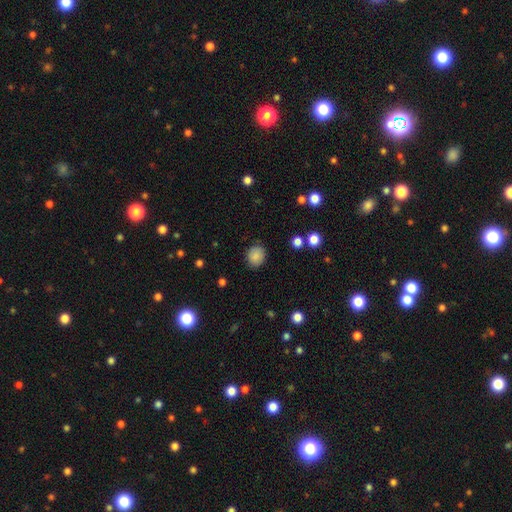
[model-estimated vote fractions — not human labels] A smooth galaxy with no disk features (86%) that is round (69%). Merging: none (84%).